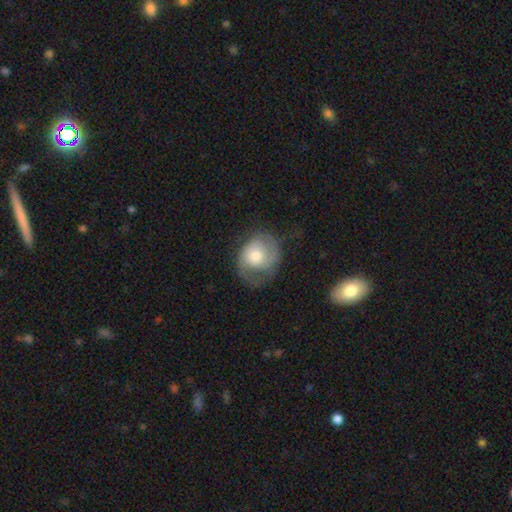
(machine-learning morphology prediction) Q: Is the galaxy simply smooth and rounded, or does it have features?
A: featured or disk — 54%.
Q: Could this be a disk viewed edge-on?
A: no — 97%.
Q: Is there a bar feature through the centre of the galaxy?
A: no — 77%.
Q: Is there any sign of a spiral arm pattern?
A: yes — 81%.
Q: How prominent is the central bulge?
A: moderate — 58%.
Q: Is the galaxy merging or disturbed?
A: none — 48%.